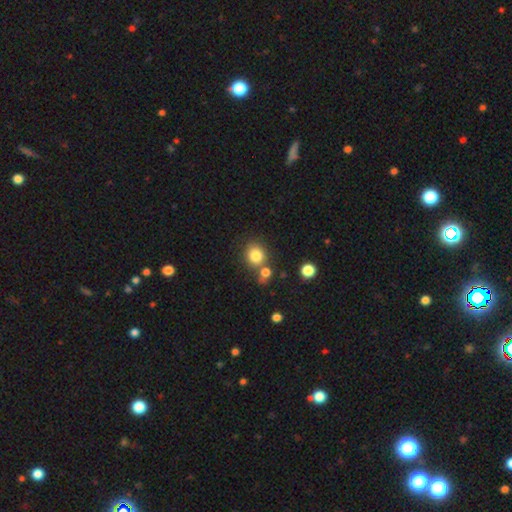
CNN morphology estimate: type=smooth (82%); roundness=round (81%); merging=none (68%).